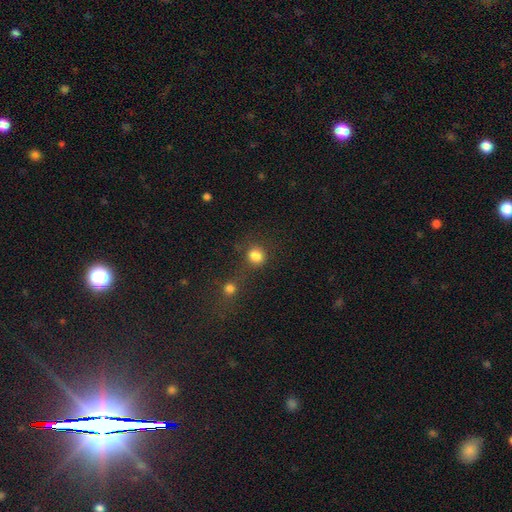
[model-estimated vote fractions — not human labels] A smooth galaxy with no disk features (82%) that is round (86%). Merging: none (63%).